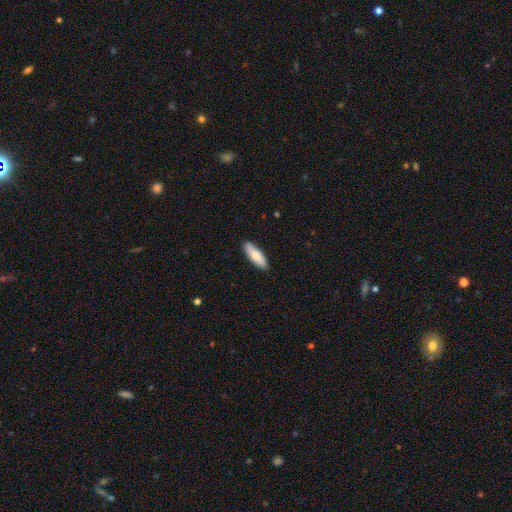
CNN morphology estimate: smooth_or_featured: smooth (p=0.74) [alt: featured or disk p=0.20]
how_rounded: in between (p=0.51) [alt: cigar-shaped p=0.47]
merging: none (p=0.89) [alt: minor disturbance p=0.08]